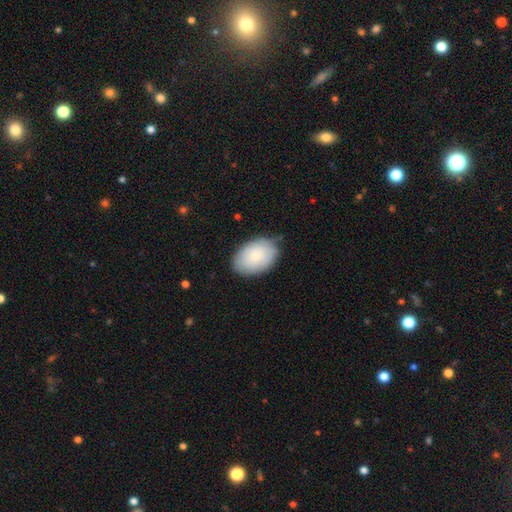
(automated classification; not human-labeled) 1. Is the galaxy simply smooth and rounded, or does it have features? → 81% smooth, 13% featured or disk, 6% star or artifact.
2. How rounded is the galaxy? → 89% in between, 10% round, 1% cigar-shaped.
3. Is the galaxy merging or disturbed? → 78% none, 18% minor disturbance, 3% major disturbance, 1% merger.